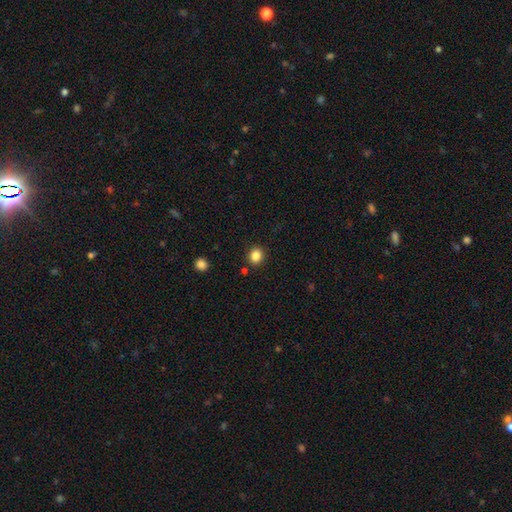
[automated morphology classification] Overall: smooth (84%). How rounded: round (74%). Merging: none (87%).